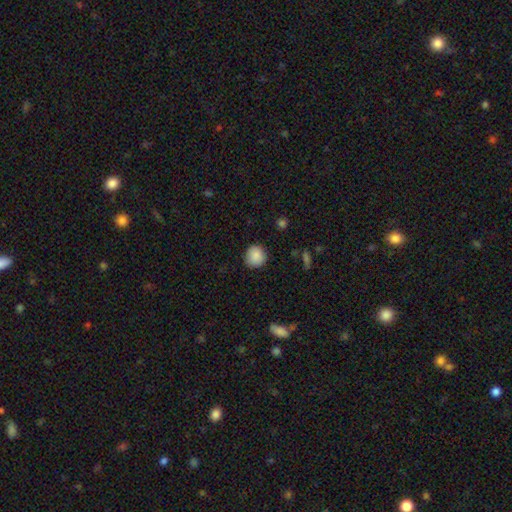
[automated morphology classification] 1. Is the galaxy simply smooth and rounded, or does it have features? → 88% smooth, 8% star or artifact, 4% featured or disk.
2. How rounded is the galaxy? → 90% round, 9% in between, 1% cigar-shaped.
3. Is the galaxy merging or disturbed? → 85% none, 11% minor disturbance, 3% major disturbance, 1% merger.